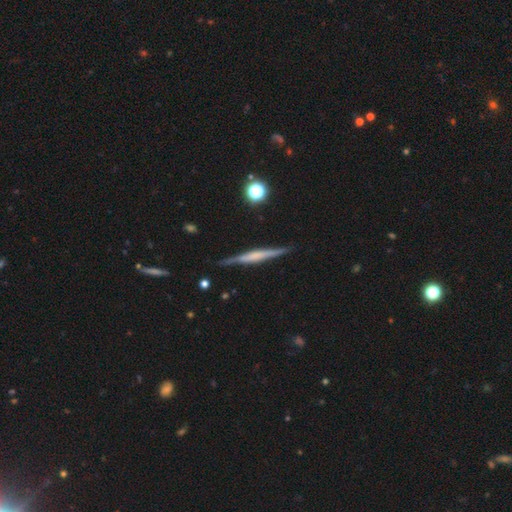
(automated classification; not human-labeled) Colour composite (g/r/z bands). It shows a featured or disk galaxy (69%) viewed edge-on (98%) with a boxy central bulge (37%). Merging: none (88%).